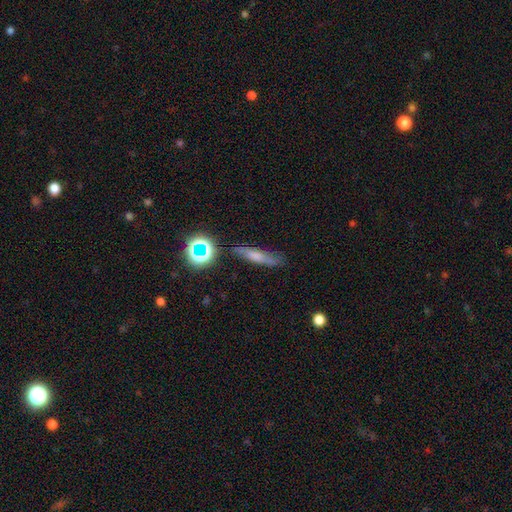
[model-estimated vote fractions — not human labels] Smooth or featured? Predicted: smooth (p=0.47). Merging? Predicted: none (p=0.72).